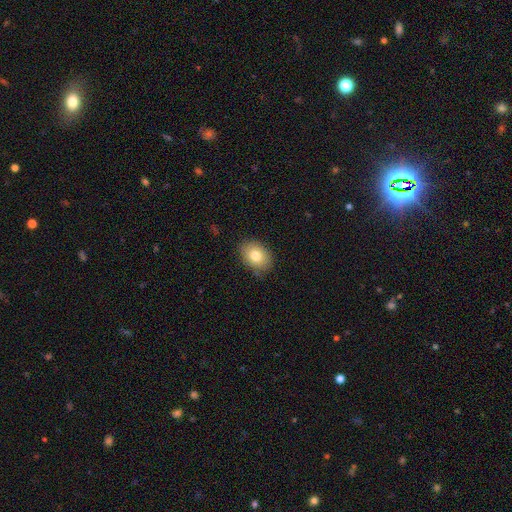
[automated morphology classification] Q: Smooth or featured?
A: smooth (79%); runner-up: featured or disk (12%)
Q: How rounded?
A: in between (71%); runner-up: round (28%)
Q: Merging?
A: none (85%); runner-up: minor disturbance (11%)